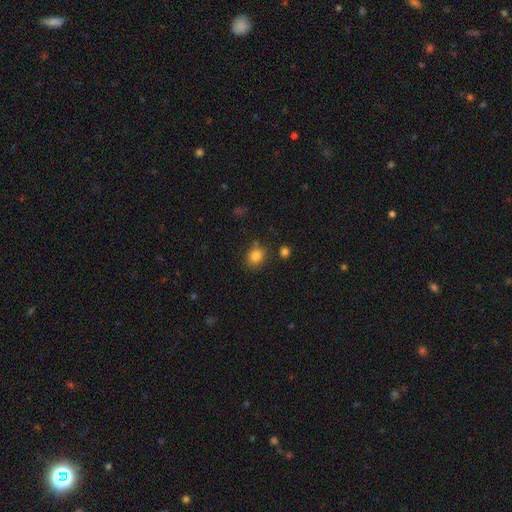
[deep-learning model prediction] This appears to be a smooth galaxy with no disk features (84%) that is round (68%). Merging: none (79%).